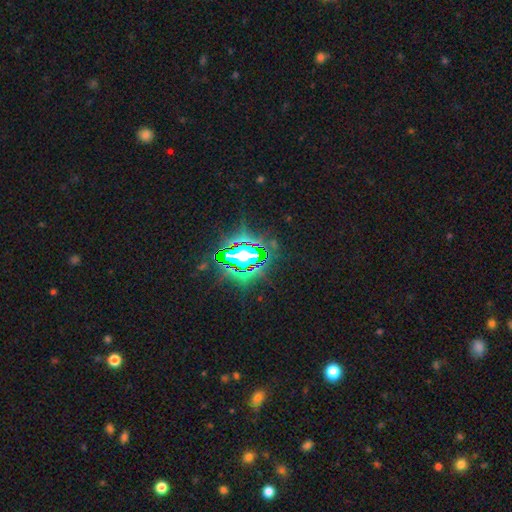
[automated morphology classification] type=star or artifact (84%).